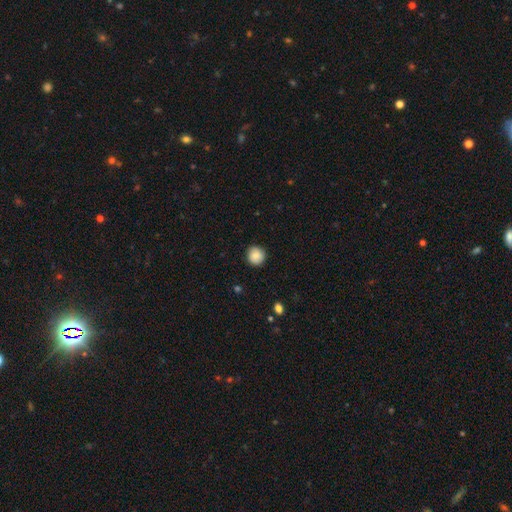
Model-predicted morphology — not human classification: Q: Smooth or featured?
A: smooth (84%); runner-up: featured or disk (8%)
Q: How rounded?
A: round (92%); runner-up: in between (7%)
Q: Merging?
A: none (89%); runner-up: minor disturbance (8%)